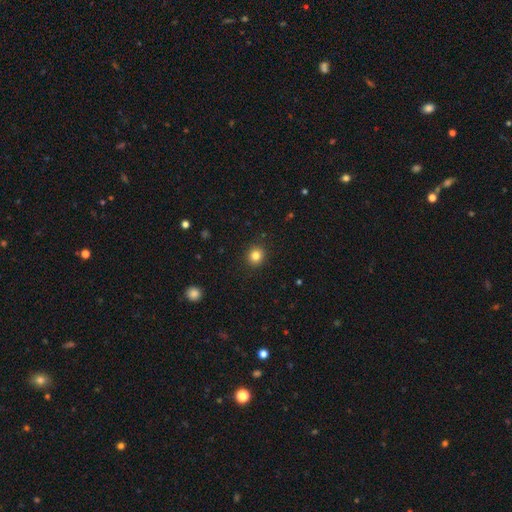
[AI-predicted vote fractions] smooth_or_featured: smooth (p=0.82) [alt: star or artifact p=0.12]
how_rounded: round (p=0.88) [alt: in between p=0.11]
merging: none (p=0.91) [alt: minor disturbance p=0.06]